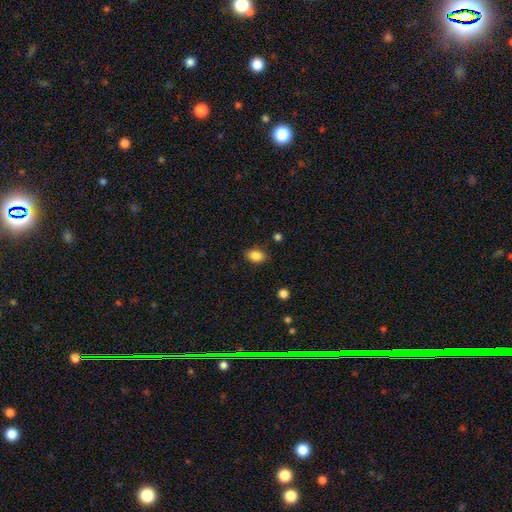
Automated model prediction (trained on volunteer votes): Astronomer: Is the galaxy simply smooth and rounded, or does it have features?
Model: smooth — 86%.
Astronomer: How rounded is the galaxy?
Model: in between — 74%.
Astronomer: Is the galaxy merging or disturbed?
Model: none — 84%.